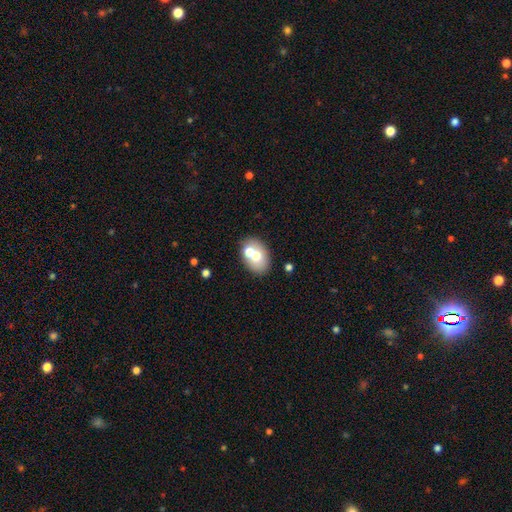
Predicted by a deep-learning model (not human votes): Smooth or featured? Predicted: smooth (p=0.65). How rounded? Predicted: in between (p=0.74). Merging? Predicted: none (p=0.57).